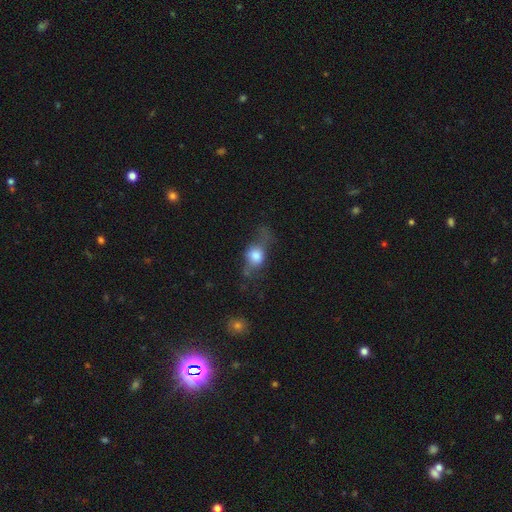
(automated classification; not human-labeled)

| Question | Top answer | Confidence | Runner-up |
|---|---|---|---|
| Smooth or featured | smooth | 61% | featured or disk (30%) |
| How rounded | round | 49% | in between (46%) |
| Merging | none | 41% | major disturbance (29%) |